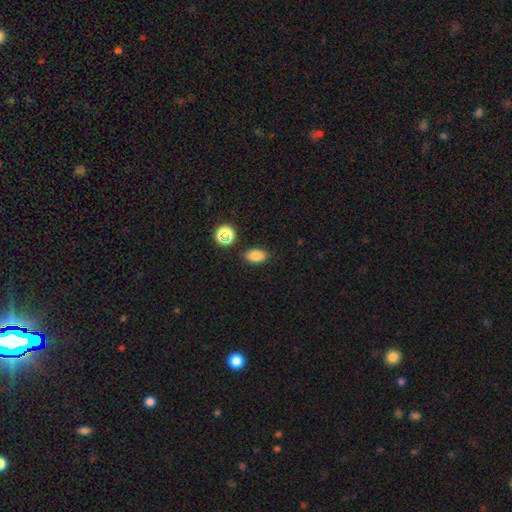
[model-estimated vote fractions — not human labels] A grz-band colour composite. It shows a smooth galaxy with no disk features (81%) that is in between round and cigar-shaped (86%). Merging: none (85%).